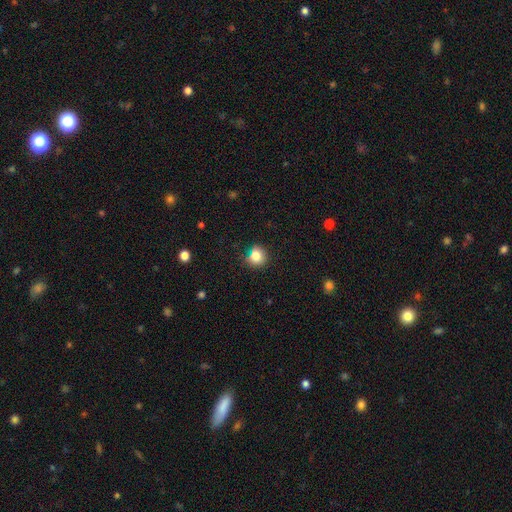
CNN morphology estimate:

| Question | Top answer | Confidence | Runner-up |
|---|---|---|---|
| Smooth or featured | smooth | 82% | star or artifact (11%) |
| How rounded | round | 84% | in between (15%) |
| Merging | none | 78% | minor disturbance (15%) |